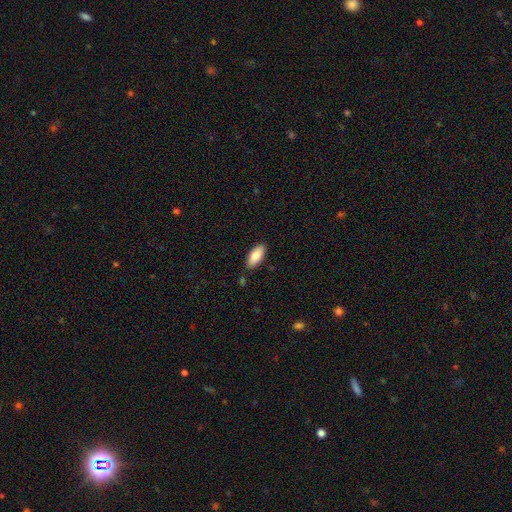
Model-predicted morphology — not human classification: smooth-or-featured: smooth: 84% | featured or disk: 10% | star or artifact: 6%
  how-rounded: in between: 86% | cigar-shaped: 12% | round: 2%
  merging: none: 84% | minor disturbance: 11% | merger: 3% | major disturbance: 2%